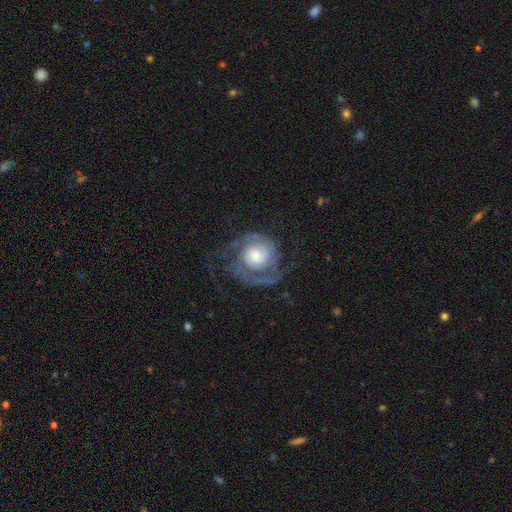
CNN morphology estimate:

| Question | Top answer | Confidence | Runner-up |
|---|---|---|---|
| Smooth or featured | featured or disk | 82% | smooth (12%) |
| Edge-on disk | no | 98% | yes (2%) |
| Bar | no | 71% | weak (24%) |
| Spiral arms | yes | 93% | no (7%) |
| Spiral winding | tight | 48% | medium (38%) |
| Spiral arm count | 2 | 50% | can't tell (20%) |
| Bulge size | moderate | 48% | small (32%) |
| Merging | none | 61% | major disturbance (21%) |